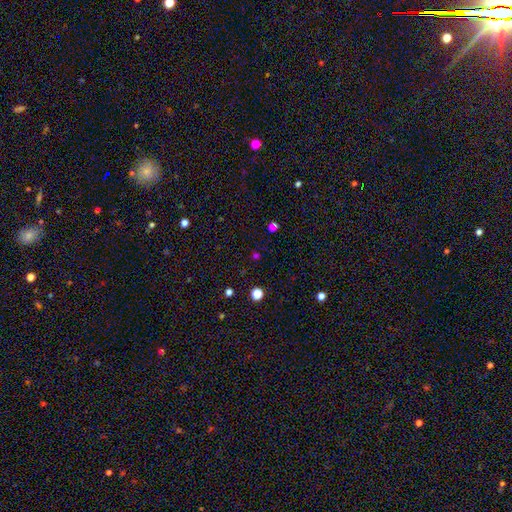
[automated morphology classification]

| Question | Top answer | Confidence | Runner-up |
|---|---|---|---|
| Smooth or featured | smooth | 50% | star or artifact (43%) |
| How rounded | round | 84% | in between (15%) |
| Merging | none | 82% | minor disturbance (9%) |